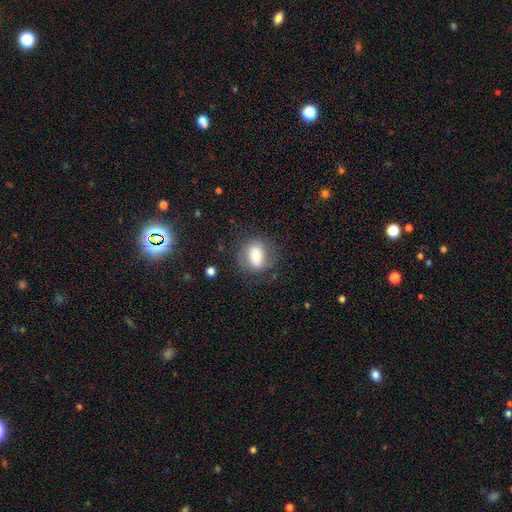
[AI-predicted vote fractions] Overall: smooth (65%; featured or disk 27%). How rounded: in between (55%; round 42%). Merging: none (70%).